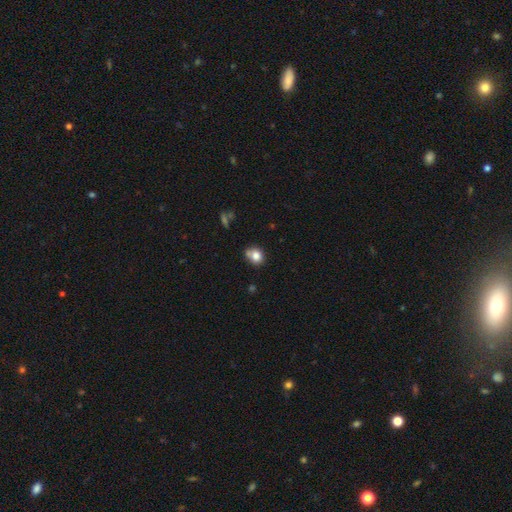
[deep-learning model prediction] smooth 80%, star or artifact 11%, featured or disk 9%. Down the decision tree: how rounded — round (66%); merging — none (56%).